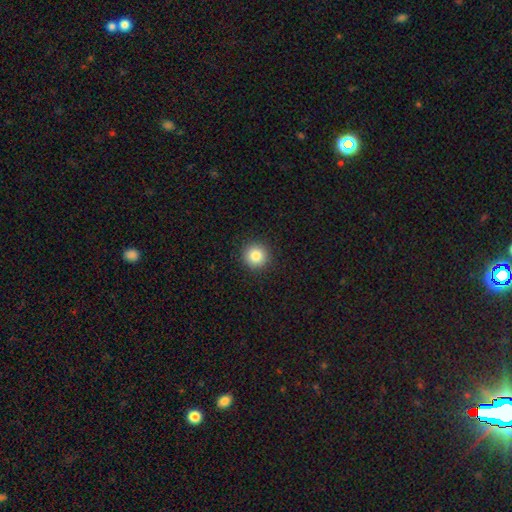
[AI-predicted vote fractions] smooth-or-featured: smooth: 84% | star or artifact: 10% | featured or disk: 6%
  how-rounded: round: 95% | in between: 4% | cigar-shaped: 1%
  merging: none: 92% | minor disturbance: 5% | major disturbance: 2% | merger: 1%